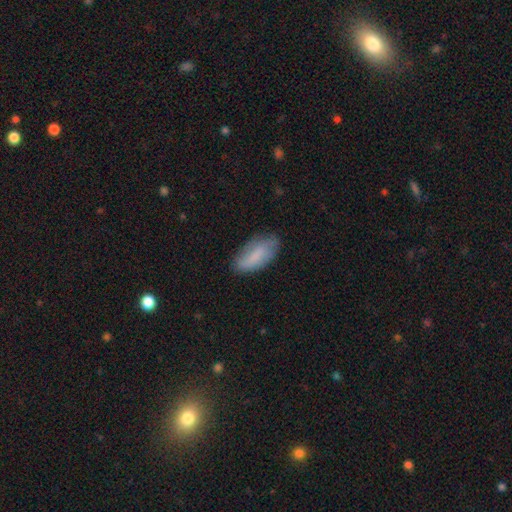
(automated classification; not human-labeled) This is likely a smooth galaxy (80%). How rounded: clearly in between (85%). Merging: likely none (72%).